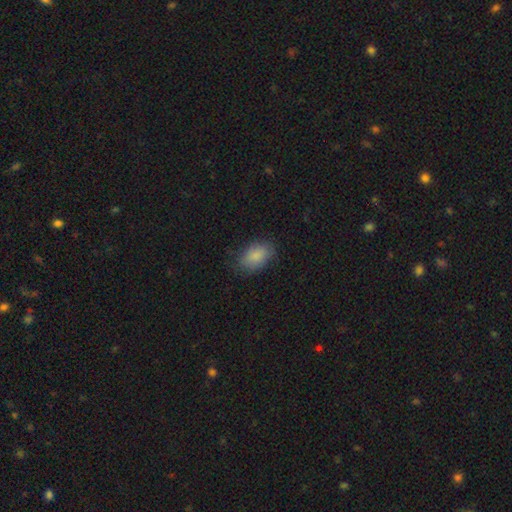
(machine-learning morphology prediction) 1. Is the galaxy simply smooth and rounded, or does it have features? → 87% smooth, 7% star or artifact, 6% featured or disk.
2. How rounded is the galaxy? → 90% in between, 9% round, 2% cigar-shaped.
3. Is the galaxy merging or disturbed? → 78% none, 17% minor disturbance, 5% major disturbance, 1% merger.